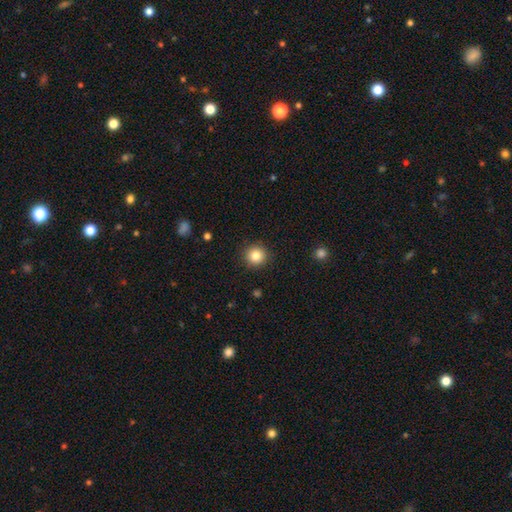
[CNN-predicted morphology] Smooth or featured? Predicted: smooth (p=0.84). How rounded? Predicted: round (p=0.94). Merging? Predicted: none (p=0.92).